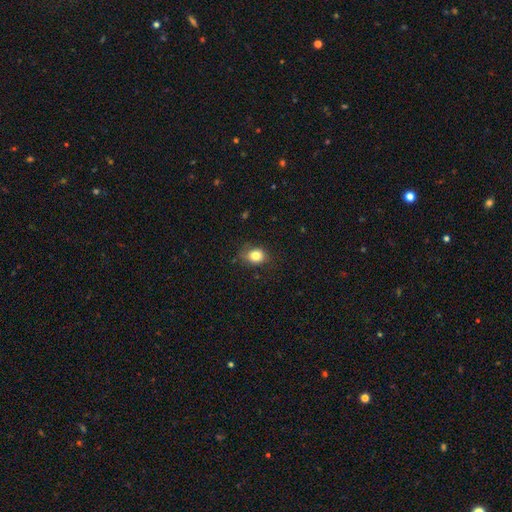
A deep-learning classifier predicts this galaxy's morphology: type=smooth (81%); roundness=round (51%); merging=none (73%).